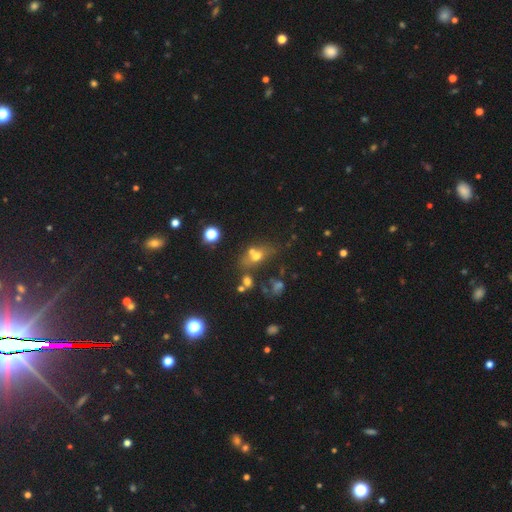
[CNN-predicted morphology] A smooth galaxy with no disk features (57%) that is in between round and cigar-shaped (58%).

Vote fractions:
- Smooth or featured? smooth: 57% / featured or disk: 23% / star or artifact: 20%
- How rounded? in between: 58% / round: 37% / cigar-shaped: 6%
- Merging? none: 39% (tied) / merger: 39% (tied) / minor disturbance: 13% / major disturbance: 9%